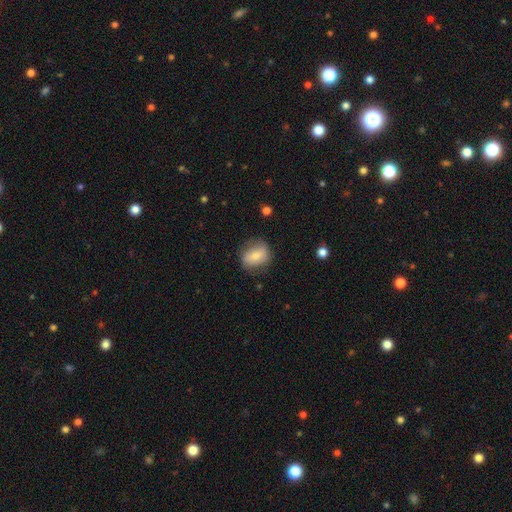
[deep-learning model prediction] The model was most divided on "how rounded" (2-way tie): round: 49%, in between: 49%, cigar-shaped: 2%. More confident: merging — none (73%); smooth or featured — smooth (68%).